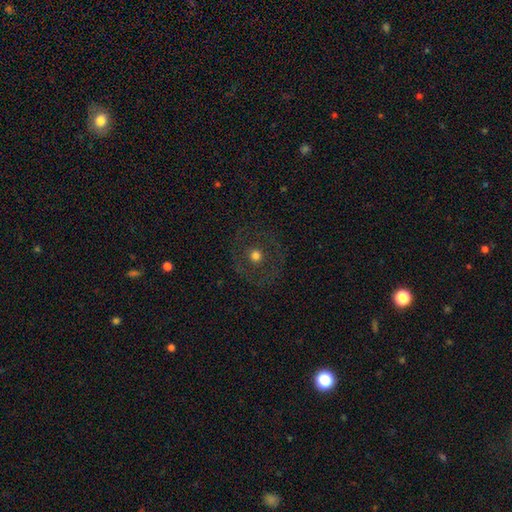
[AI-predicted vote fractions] A smooth galaxy with no disk features (50%). Merging: none (81%).